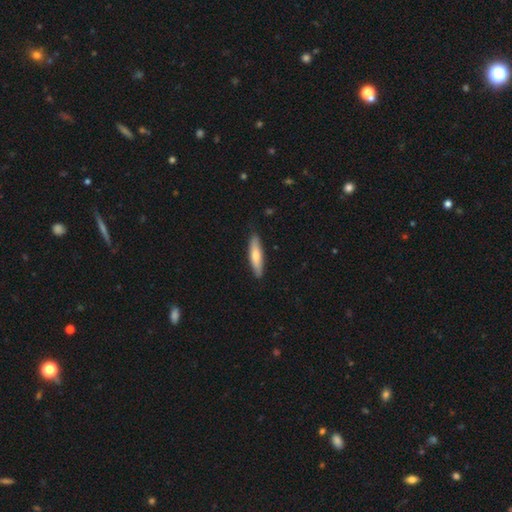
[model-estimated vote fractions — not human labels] A smooth galaxy with no disk features (66%) that is cigar-shaped (75%).

Vote fractions:
- Smooth or featured? smooth: 66% / featured or disk: 29% / star or artifact: 5%
- How rounded? cigar-shaped: 75% / in between: 23% / round: 2%
- Merging? none: 87% / minor disturbance: 10% / major disturbance: 2% / merger: 1%